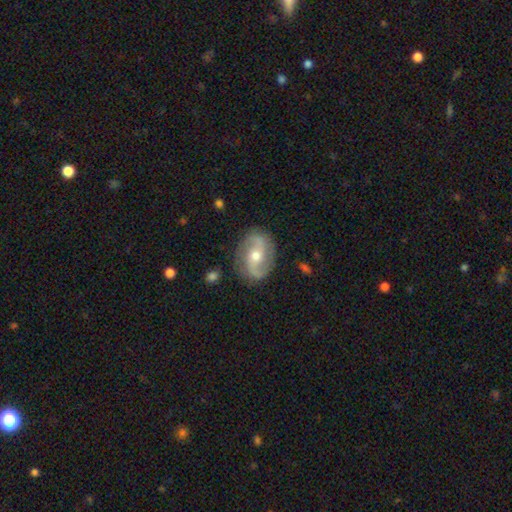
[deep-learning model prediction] Smooth or featured?
  - featured or disk: 84% *
  - smooth: 11%
  - star or artifact: 5%
Edge-on disk?
  - no: 97% *
  - yes: 3%
Bar?
  - no: 47% *
  - weak: 37%
  - strong: 16%
Spiral arms?
  - yes: 94% *
  - no: 6%
Spiral winding?
  - medium: 43% *
  - loose: 39%
  - tight: 19%
Spiral arm count?
  - 2: 91% *
  - can't tell: 4%
  - 1: 2%
  - 3: 1%
  - 4: 1%
  - more than 4: 1%
Bulge size?
  - moderate: 66% *
  - small: 30%
  - large: 3%
  - none: 1%
  - dominant: 1%
Merging?
  - none: 84% *
  - minor disturbance: 12%
  - major disturbance: 4%
  - merger: 1%